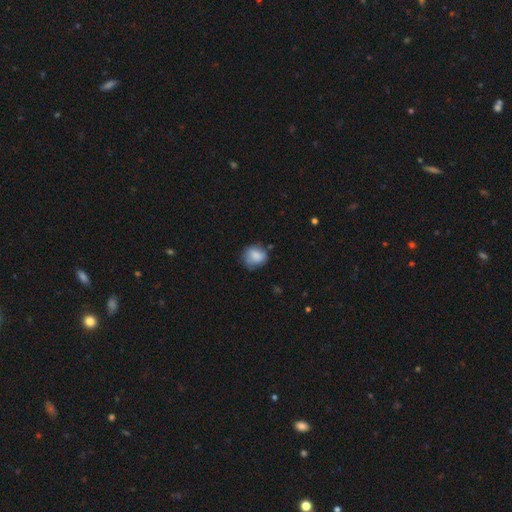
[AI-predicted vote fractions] smooth 78%, featured or disk 14%, star or artifact 8%. Down the decision tree: how rounded — round (67%); merging — none (60%).